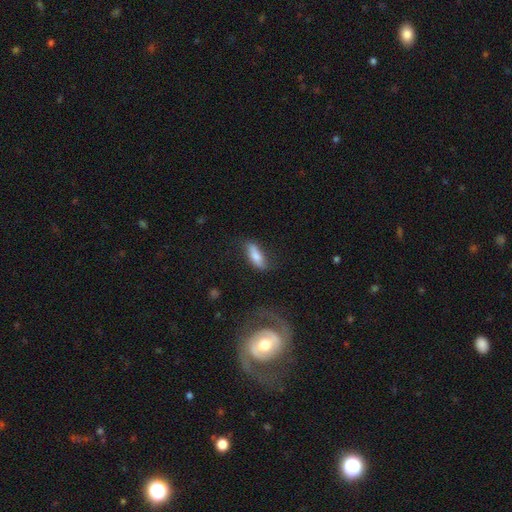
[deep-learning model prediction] smooth-or-featured: smooth: 71% | featured or disk: 23% | star or artifact: 7%
  how-rounded: in between: 58% | cigar-shaped: 40% | round: 2%
  merging: none: 66% | minor disturbance: 21% | major disturbance: 10% | merger: 3%